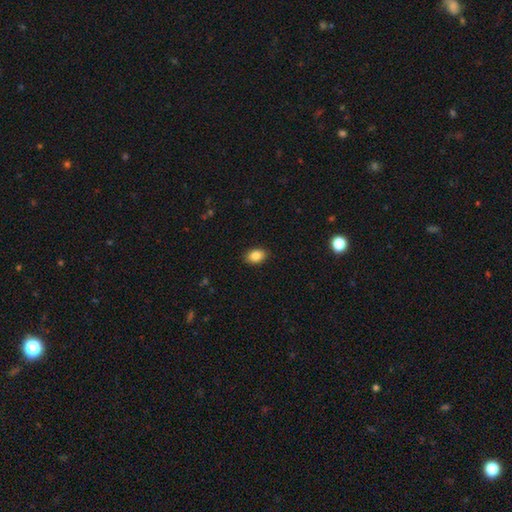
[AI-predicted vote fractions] This appears to be a smooth galaxy with no disk features (85%) that is in between round and cigar-shaped (79%). Merging: none (89%).